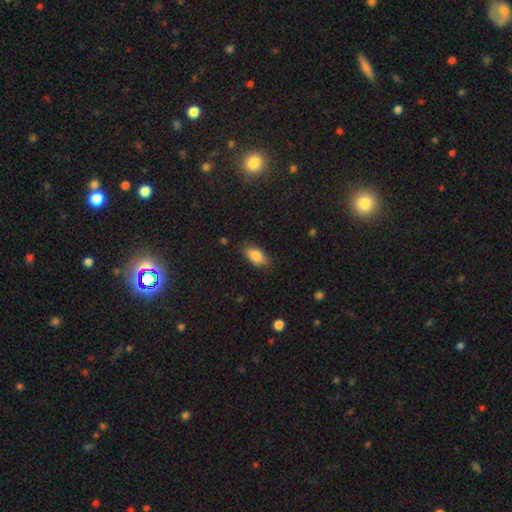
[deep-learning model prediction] Morphology: type=smooth (85%); roundness=in between (90%); merging=none (82%).